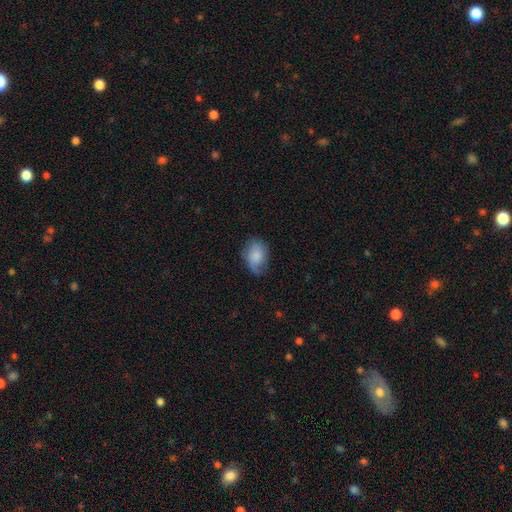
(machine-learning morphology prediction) Smooth or featured? Predicted: smooth (p=0.70). How rounded? Predicted: in between (p=0.83). Merging? Predicted: none (p=0.64).